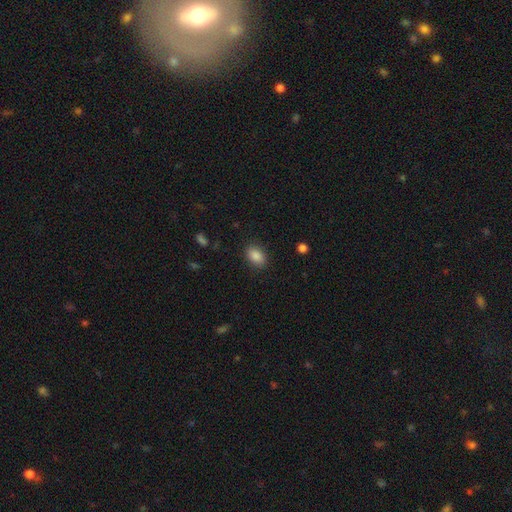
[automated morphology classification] smooth-or-featured: smooth: 87% | star or artifact: 8% | featured or disk: 4%
  how-rounded: in between: 83% | round: 15% | cigar-shaped: 1%
  merging: none: 87% | minor disturbance: 9% | major disturbance: 3% | merger: 1%